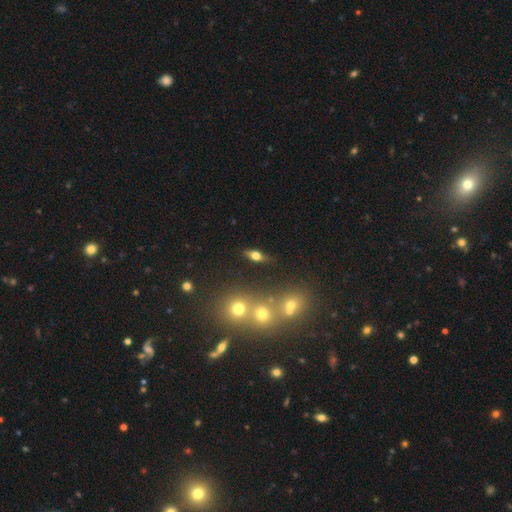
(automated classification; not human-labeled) Smooth or featured: smooth — 51% (featured or disk — 36%)
How rounded: in between — 64% (cigar-shaped — 23%)
Merging: none — 77% (minor disturbance — 12%)